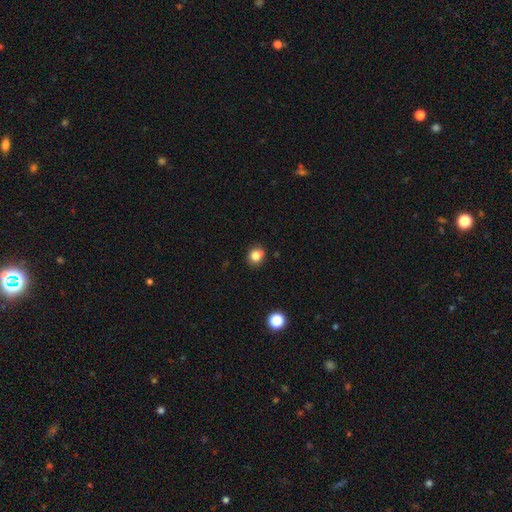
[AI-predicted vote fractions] smooth 82%, star or artifact 12%, featured or disk 7%. Down the decision tree: how rounded — round (75%); merging — none (78%).